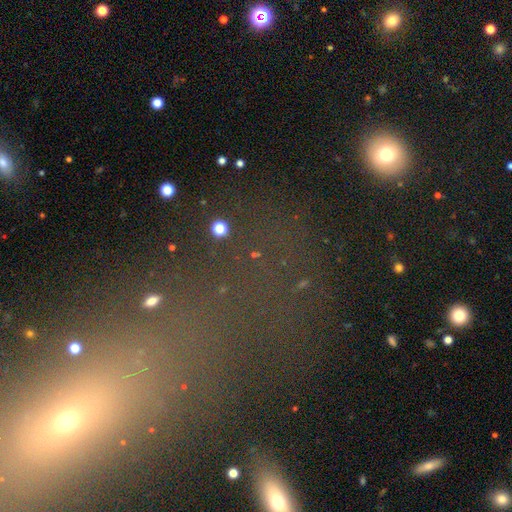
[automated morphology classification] Q: Smooth or featured?
A: star or artifact (47%); runner-up: smooth (37%)